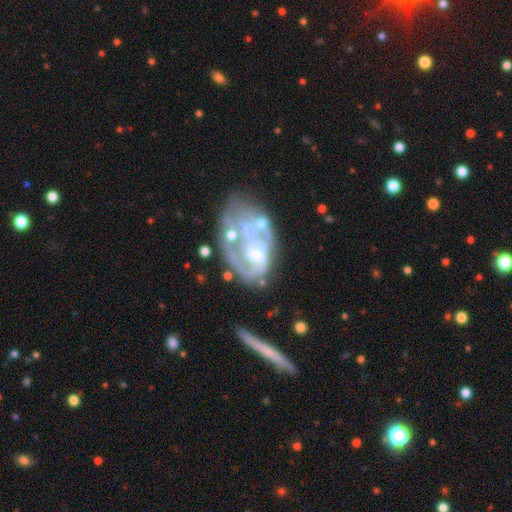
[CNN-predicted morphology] Smooth or featured?
  - featured or disk: 71% *
  - smooth: 19%
  - star or artifact: 10%
Edge-on disk?
  - no: 97% *
  - yes: 3%
Bar?
  - no: 69% *
  - weak: 24%
  - strong: 7%
Spiral arms?
  - no: 57% *
  - yes: 43%
Bulge size?
  - moderate: 39% *
  - none: 31%
  - small: 22%
  - large: 6%
  - dominant: 2%
Merging?
  - major disturbance: 31% *
  - none: 28%
  - merger: 24%
  - minor disturbance: 17%